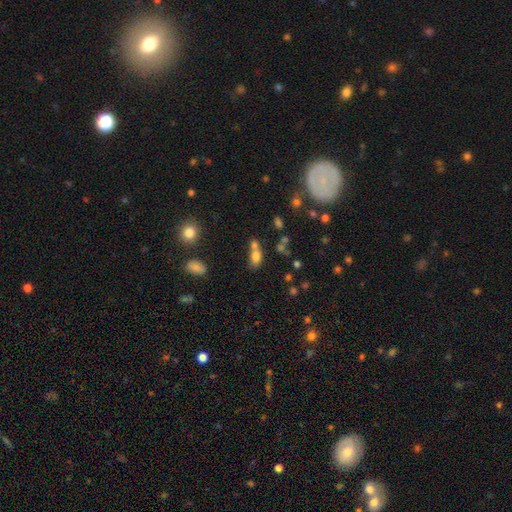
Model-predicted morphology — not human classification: This is likely a smooth galaxy (75%). How rounded: clearly in between (80%). Merging: possibly merger (50%).